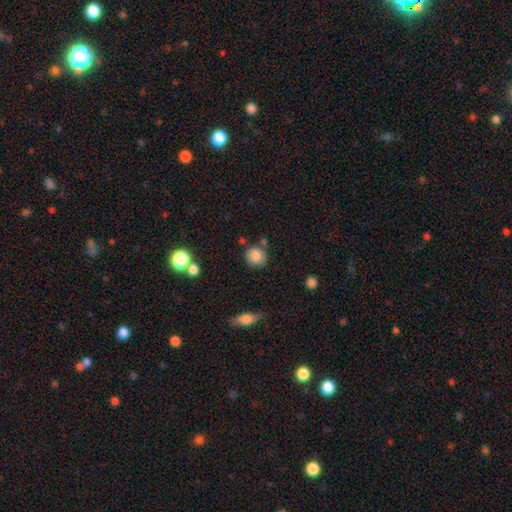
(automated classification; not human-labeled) Smooth or featured?
  - smooth: 84% *
  - star or artifact: 10%
  - featured or disk: 6%
How rounded?
  - round: 82% *
  - in between: 16%
  - cigar-shaped: 1%
Merging?
  - none: 75% *
  - minor disturbance: 13%
  - merger: 8%
  - major disturbance: 3%